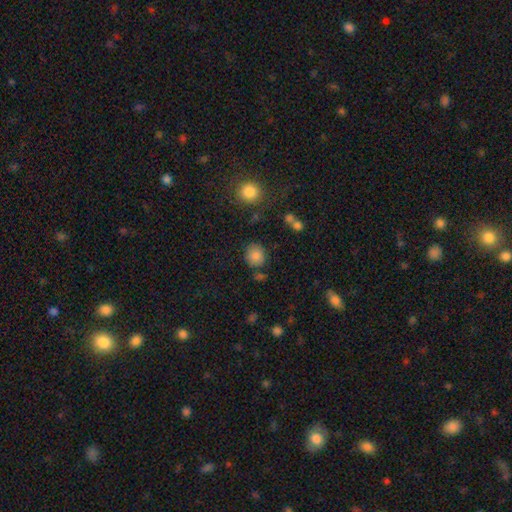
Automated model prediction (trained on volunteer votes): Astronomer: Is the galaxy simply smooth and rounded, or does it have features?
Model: smooth — 84%.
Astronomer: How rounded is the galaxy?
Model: round — 80%.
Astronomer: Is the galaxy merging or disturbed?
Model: none — 77%.